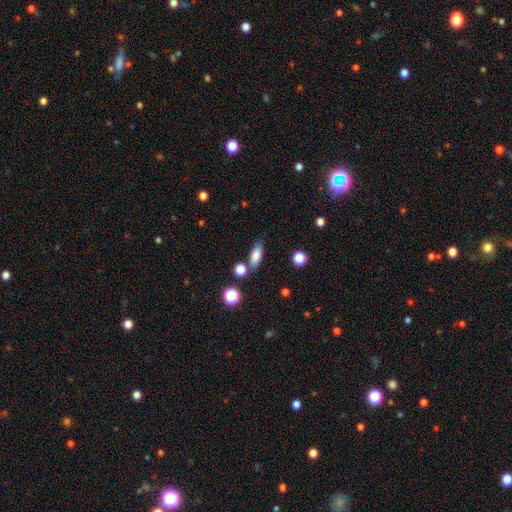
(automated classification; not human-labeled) Smooth or featured?
  - smooth: 80% *
  - featured or disk: 11%
  - star or artifact: 9%
How rounded?
  - in between: 73% *
  - cigar-shaped: 22%
  - round: 5%
Merging?
  - none: 76% *
  - minor disturbance: 13%
  - merger: 8%
  - major disturbance: 4%